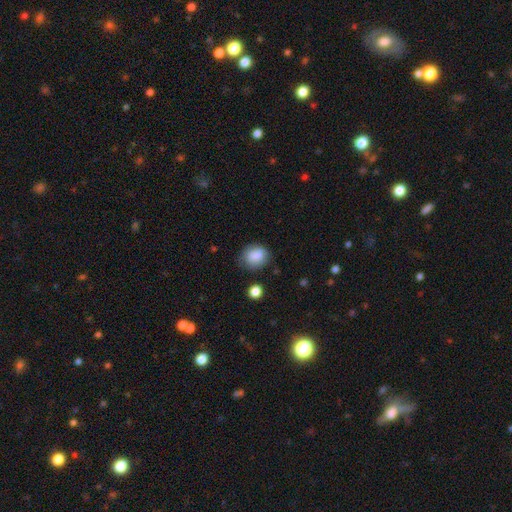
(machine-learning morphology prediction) Smooth or featured? smooth (84%)
How rounded? round (51%)
Merging? none (65%)